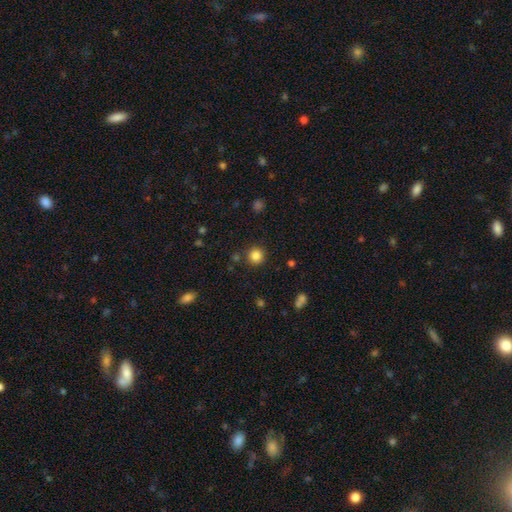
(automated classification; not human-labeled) smooth_or_featured: smooth (p=0.84) [alt: star or artifact p=0.12]
how_rounded: round (p=0.94) [alt: in between p=0.05]
merging: none (p=0.88) [alt: minor disturbance p=0.06]